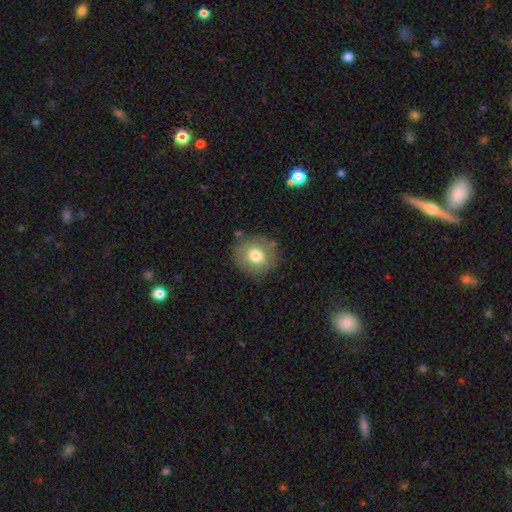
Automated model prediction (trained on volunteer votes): Smooth or featured? smooth (73%)
How rounded? round (87%)
Merging? none (82%)